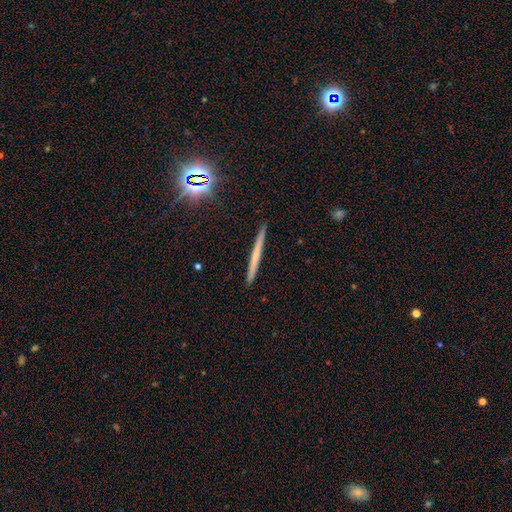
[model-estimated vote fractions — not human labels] Overall: smooth (47%; featured or disk 42%). Merging: none (92%).